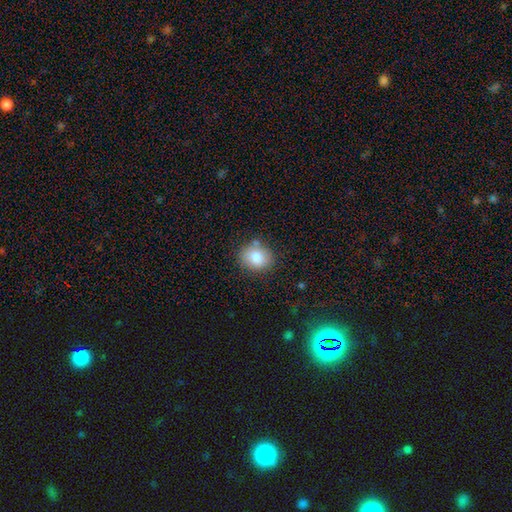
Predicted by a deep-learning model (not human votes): Q: Smooth or featured?
A: smooth (82%); runner-up: featured or disk (9%)
Q: How rounded?
A: round (57%); runner-up: in between (42%)
Q: Merging?
A: none (76%); runner-up: minor disturbance (15%)